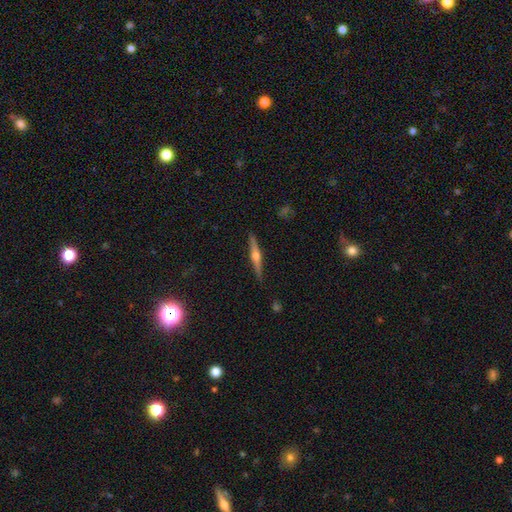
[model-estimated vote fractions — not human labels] A featured or disk galaxy (76%) viewed edge-on (98%) with a rounded central bulge (94%).

Vote fractions:
- Smooth or featured? featured or disk: 76% / smooth: 18% / star or artifact: 6%
- Edge-on disk? yes: 98% / no: 2%
- Edge-on bulge? rounded: 94% / boxy: 4% / none: 3%
- Merging? none: 91% / minor disturbance: 6% / major disturbance: 1% / merger: 1%